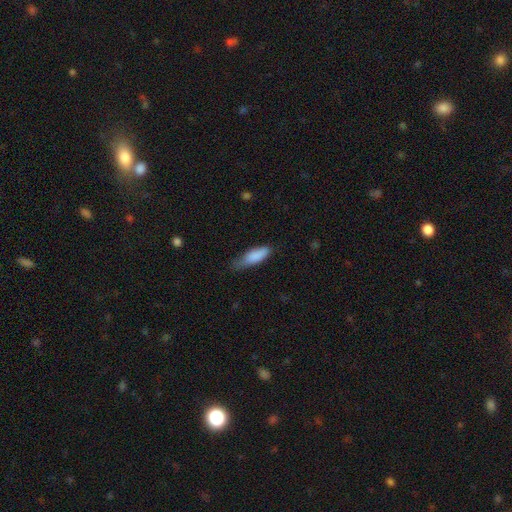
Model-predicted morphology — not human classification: This appears to be a smooth galaxy with no disk features (85%) that is in between round and cigar-shaped (52%). Merging: none (51%).